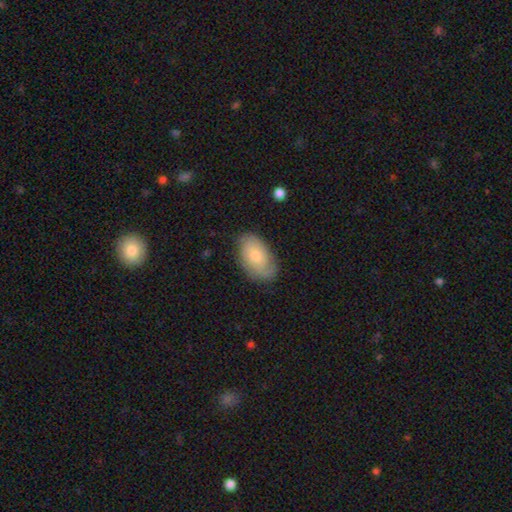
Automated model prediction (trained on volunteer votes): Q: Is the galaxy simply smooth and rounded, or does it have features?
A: smooth — 67%.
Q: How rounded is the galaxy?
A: in between — 93%.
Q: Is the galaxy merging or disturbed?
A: none — 75%.